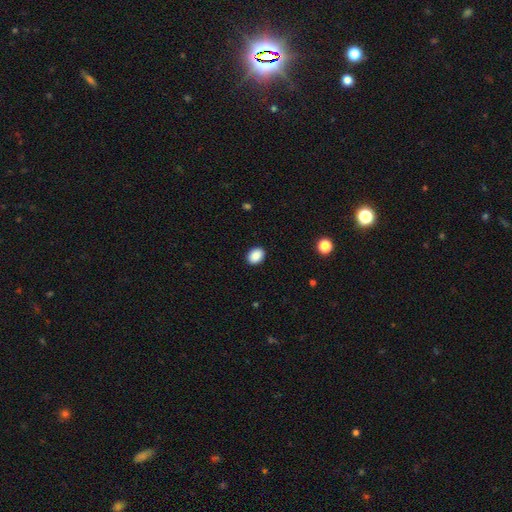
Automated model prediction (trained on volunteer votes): smooth-or-featured: smooth: 90% | star or artifact: 8% | featured or disk: 2%
  how-rounded: in between: 69% | round: 30% | cigar-shaped: 1%
  merging: none: 90% | minor disturbance: 7% | major disturbance: 2% | merger: 1%